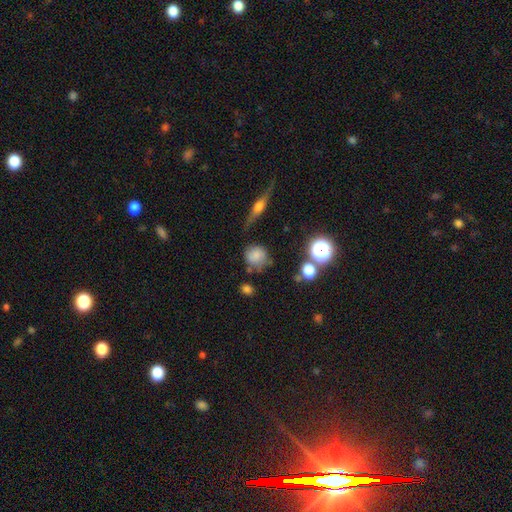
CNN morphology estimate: smooth-or-featured: smooth: 74% | featured or disk: 14% | star or artifact: 13%
  how-rounded: round: 80% | in between: 18% | cigar-shaped: 2%
  merging: none: 62% | minor disturbance: 22% | major disturbance: 9% | merger: 6%